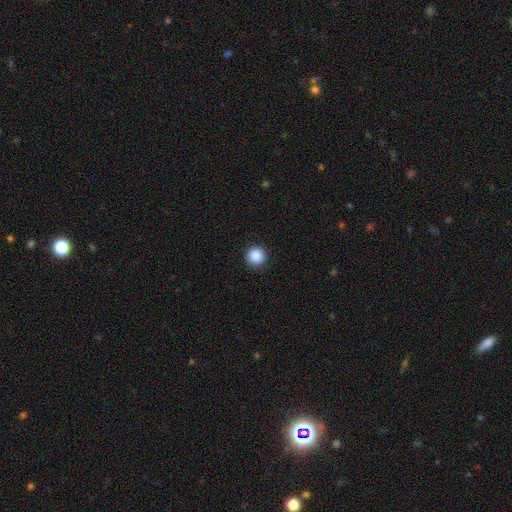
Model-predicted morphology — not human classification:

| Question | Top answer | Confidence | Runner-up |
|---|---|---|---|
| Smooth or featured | smooth | 88% | star or artifact (9%) |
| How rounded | round | 96% | in between (3%) |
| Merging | none | 92% | minor disturbance (5%) |